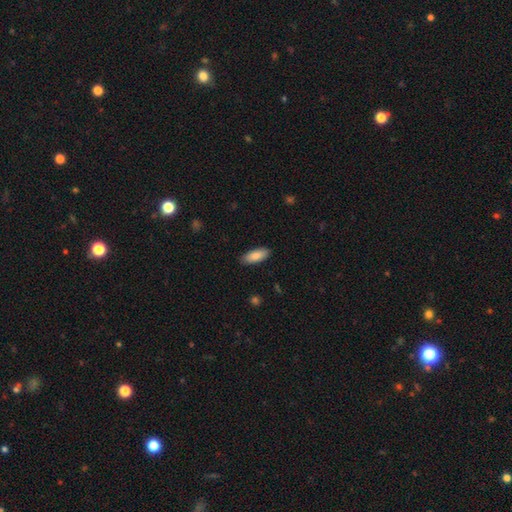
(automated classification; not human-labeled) Overall: smooth (86%). How rounded: in between (77%). Merging: none (88%).